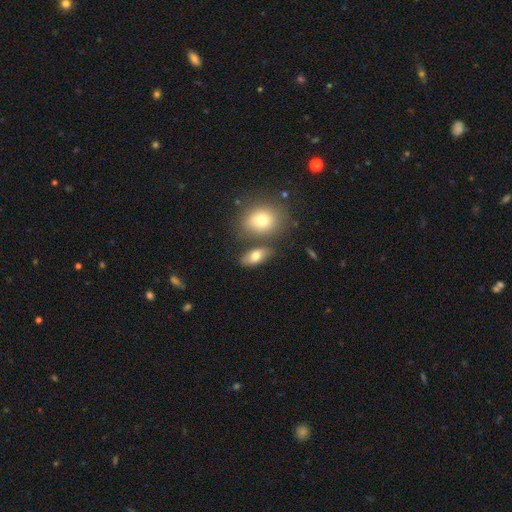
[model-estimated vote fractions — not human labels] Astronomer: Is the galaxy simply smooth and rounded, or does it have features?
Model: smooth — 76%.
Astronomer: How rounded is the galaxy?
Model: in between — 86%.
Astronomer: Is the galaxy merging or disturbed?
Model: none — 69%.